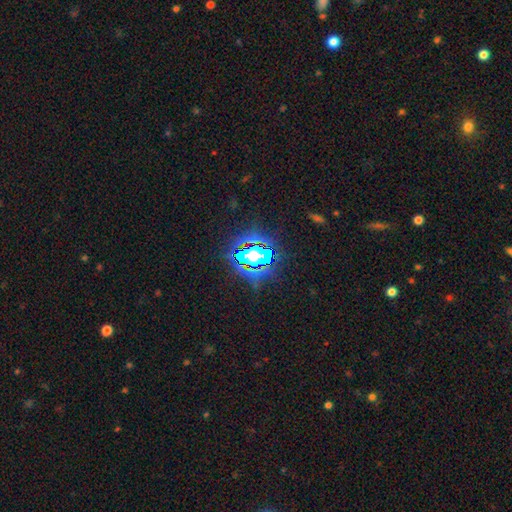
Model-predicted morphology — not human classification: A star or artifact, not a galaxy (82%).